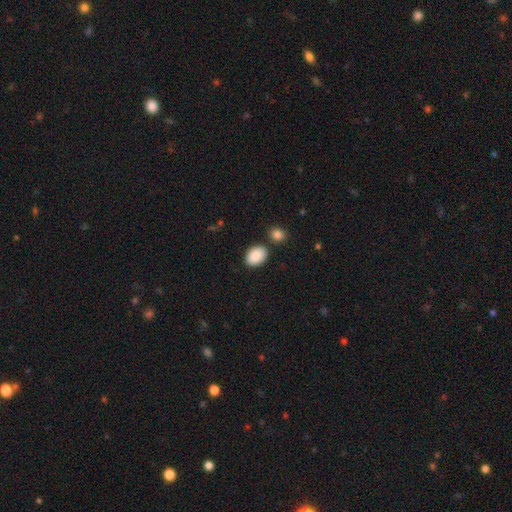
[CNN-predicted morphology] smooth-or-featured: smooth: 90% | star or artifact: 6% | featured or disk: 4%
  how-rounded: in between: 80% | round: 19% | cigar-shaped: 1%
  merging: none: 81% | minor disturbance: 10% | merger: 6% | major disturbance: 3%